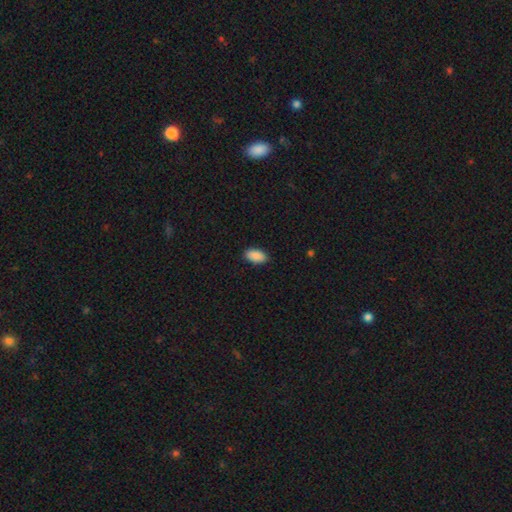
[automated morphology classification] The model was most divided on "merging": none: 87%, minor disturbance: 10%, major disturbance: 2%, merger: 1%. More confident: how rounded — in between (94%); smooth or featured — smooth (91%).